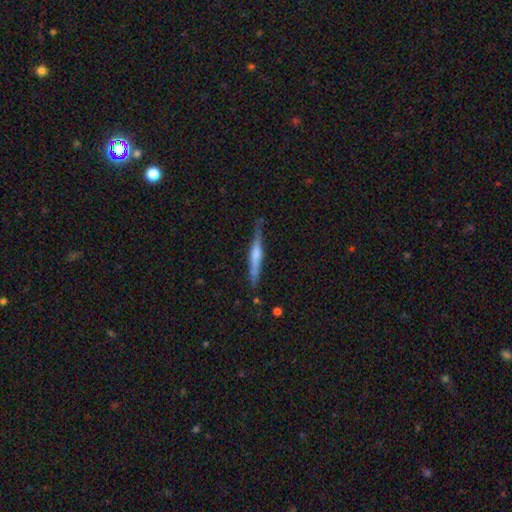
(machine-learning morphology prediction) Smooth or featured? featured or disk (53%)
Edge-on disk? yes (96%)
Edge-on bulge? rounded (51%)
Merging? none (80%)